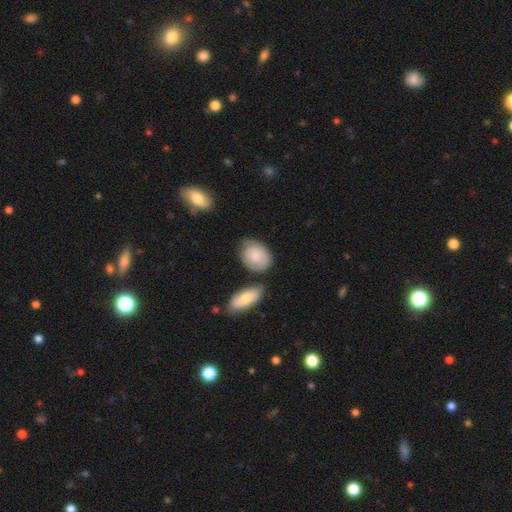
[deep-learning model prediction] A smooth galaxy with no disk features (79%) that is in between round and cigar-shaped (66%).

Vote fractions:
- Smooth or featured? smooth: 79% / featured or disk: 15% / star or artifact: 6%
- How rounded? in between: 66% / round: 33% / cigar-shaped: 1%
- Merging? none: 61% / minor disturbance: 23% / merger: 10% / major disturbance: 6%